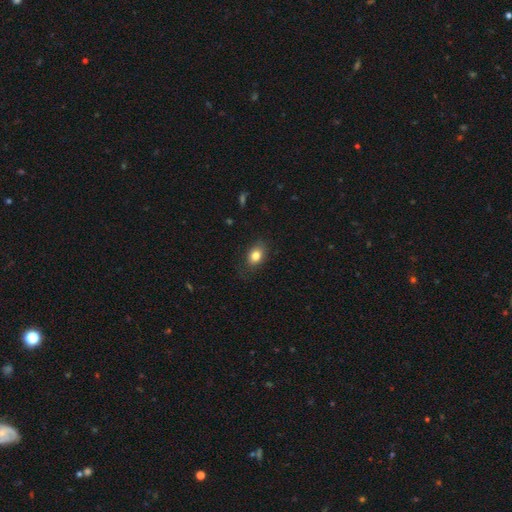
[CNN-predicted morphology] This appears to be a smooth galaxy with no disk features (83%) that is in between round and cigar-shaped (76%). Merging: none (80%).